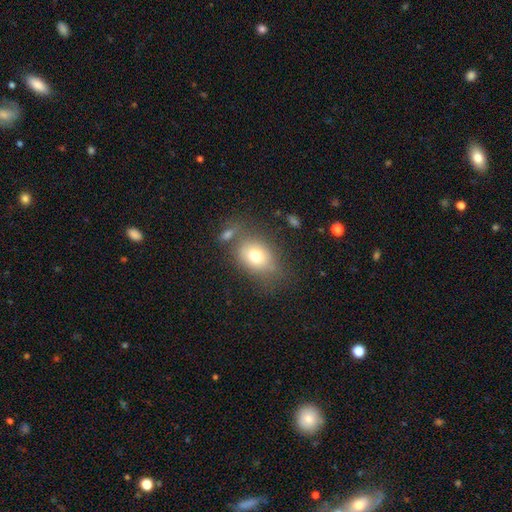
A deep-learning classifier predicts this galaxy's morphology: A smooth galaxy with no disk features (73%) that is in between round and cigar-shaped (64%).

Vote fractions:
- Smooth or featured? smooth: 73% / featured or disk: 16% / star or artifact: 11%
- How rounded? in between: 64% / round: 34% / cigar-shaped: 2%
- Merging? none: 60% / minor disturbance: 19% / merger: 11% / major disturbance: 9%